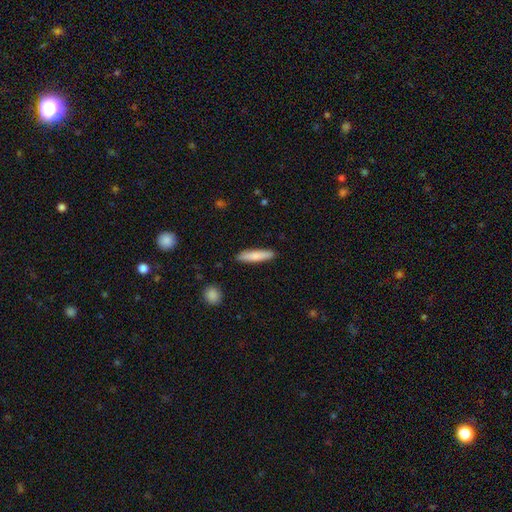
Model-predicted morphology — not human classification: smooth-or-featured: smooth: 80% | featured or disk: 14% | star or artifact: 5%
  how-rounded: cigar-shaped: 83% | in between: 16% | round: 1%
  merging: none: 89% | minor disturbance: 8% | major disturbance: 2% | merger: 1%